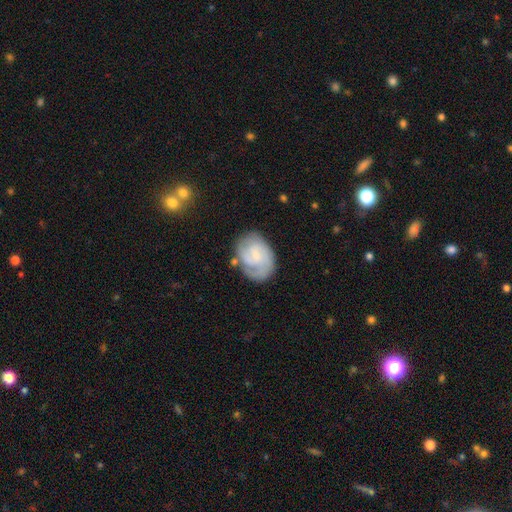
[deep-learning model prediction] smooth-or-featured: featured or disk: 66% | smooth: 28% | star or artifact: 6%
  disk-edge-on: no: 97% | yes: 3%
    bar: no: 50% | weak: 44% | strong: 6%
    has-spiral-arms: yes: 89% | no: 11%
      spiral-winding: tight: 47% | medium: 39% | loose: 14%
      spiral-arm-count: 2: 42% | can't tell: 29% | 3: 14% | 1: 9% | 4: 3% | more than 4: 3%
    bulge-size: small: 68% | moderate: 19% | none: 10% | large: 2% | dominant: 1%
  merging: none: 64% | minor disturbance: 22% | major disturbance: 10% | merger: 5%